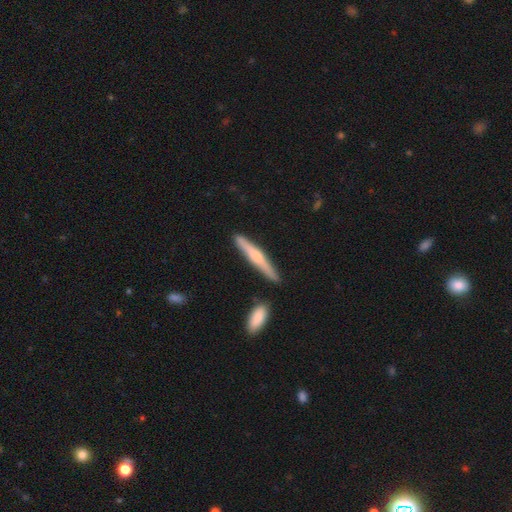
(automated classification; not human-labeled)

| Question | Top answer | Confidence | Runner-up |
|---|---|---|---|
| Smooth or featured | smooth | 47% | tied: featured or disk (47%) |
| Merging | none | 84% | minor disturbance (9%) |